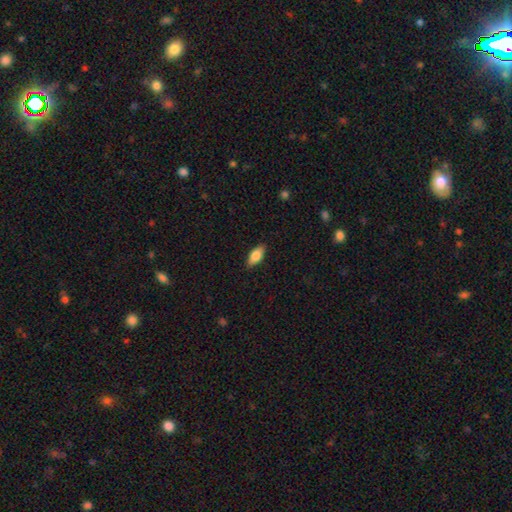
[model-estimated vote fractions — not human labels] Overall: smooth (79%). How rounded: in between (84%). Merging: none (88%).